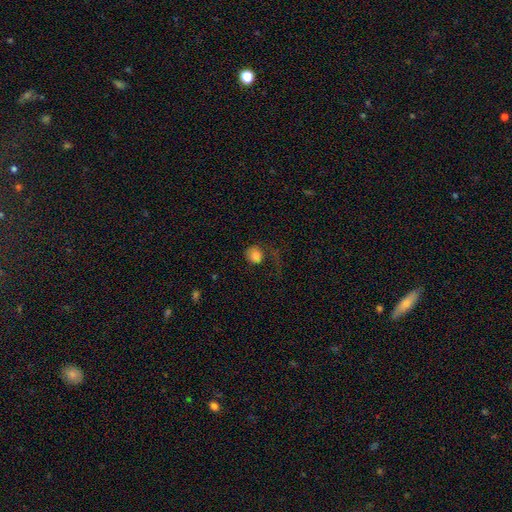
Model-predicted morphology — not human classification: A smooth galaxy with no disk features (77%) that is round (79%). Merging: none (43%).